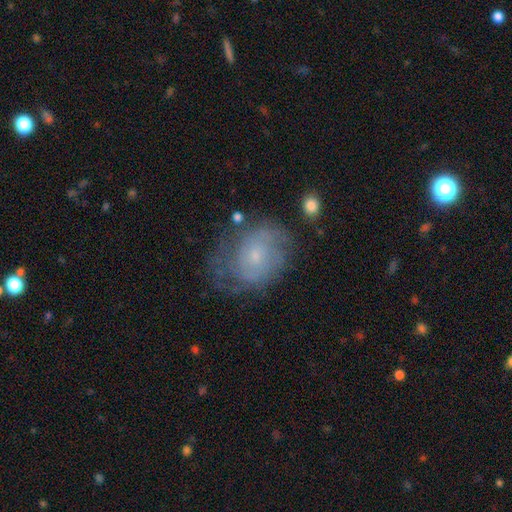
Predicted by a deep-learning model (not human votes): smooth_or_featured: featured or disk (p=0.62) [alt: smooth p=0.28]
disk_edge_on: no (p=0.97) [alt: yes p=0.03]
bar: no (p=0.76) [alt: weak p=0.22]
has_spiral_arms: yes (p=0.78) [alt: no p=0.22]
bulge_size: small (p=0.74) [alt: moderate p=0.19]
merging: none (p=0.54) [alt: minor disturbance p=0.26]